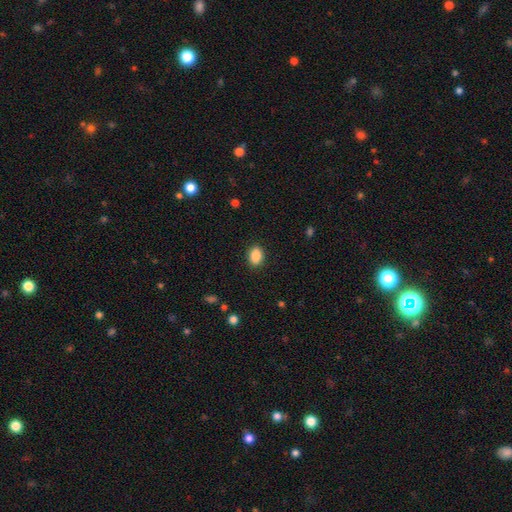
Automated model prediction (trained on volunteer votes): This appears to be a smooth galaxy with no disk features (88%) that is in between round and cigar-shaped (77%). Merging: none (89%).